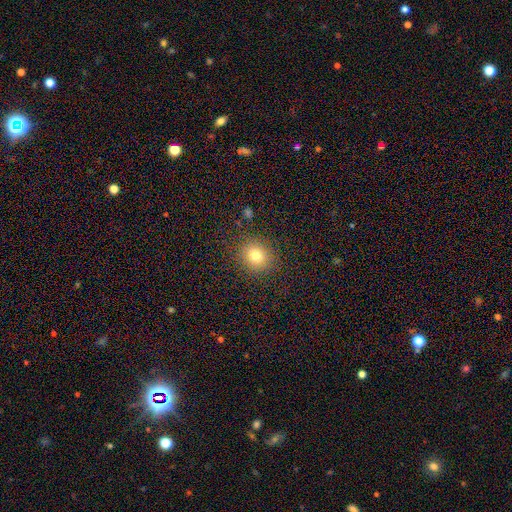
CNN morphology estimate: Q: Smooth or featured?
A: smooth (78%); runner-up: star or artifact (14%)
Q: How rounded?
A: round (79%); runner-up: in between (20%)
Q: Merging?
A: none (88%); runner-up: minor disturbance (8%)